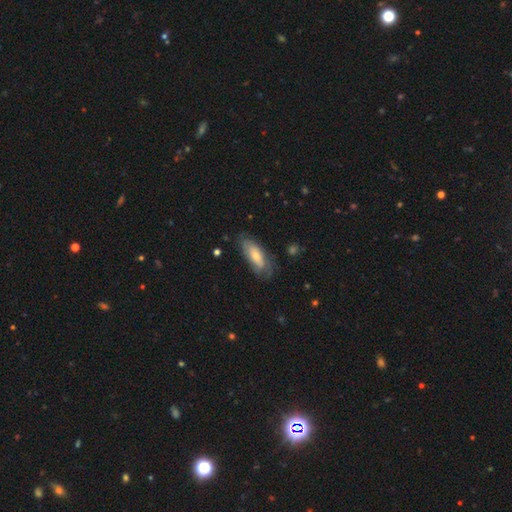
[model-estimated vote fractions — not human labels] This is possibly a smooth galaxy (59%). How rounded: likely in between (72%). Merging: likely none (63%).